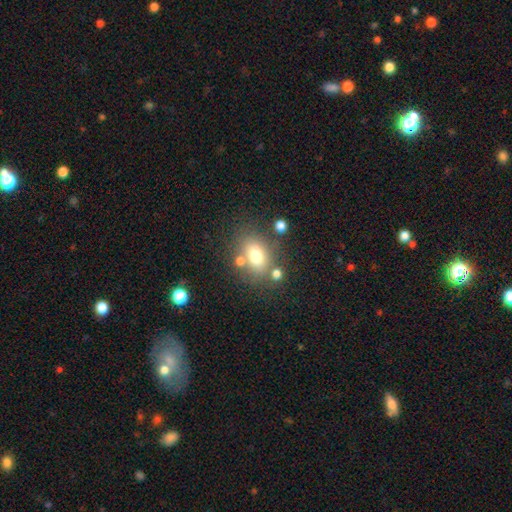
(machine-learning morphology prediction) Overall: smooth (73%). How rounded: in between (63%; round 36%). Merging: none (66%).